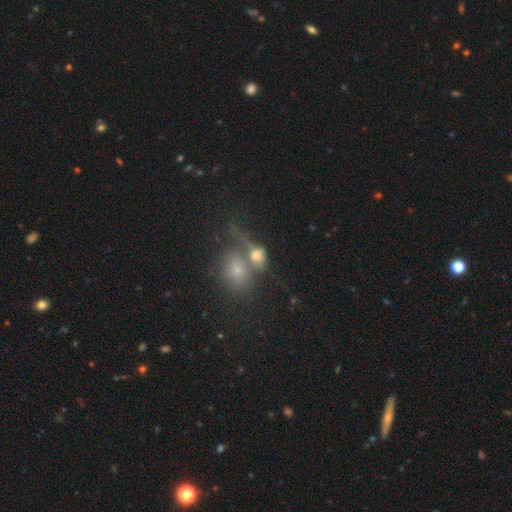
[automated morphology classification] This appears to be a smooth galaxy with no disk features (54%) that is in between round and cigar-shaped (54%). Merging: merger (50%).